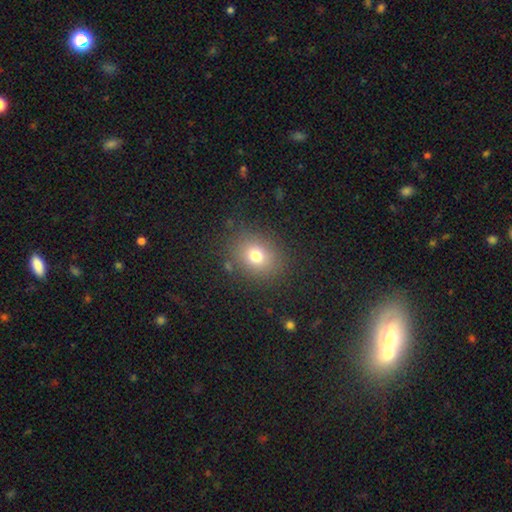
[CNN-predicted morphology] Smooth or featured? Predicted: smooth (p=0.74). How rounded? Predicted: round (p=0.66). Merging? Predicted: none (p=0.85).